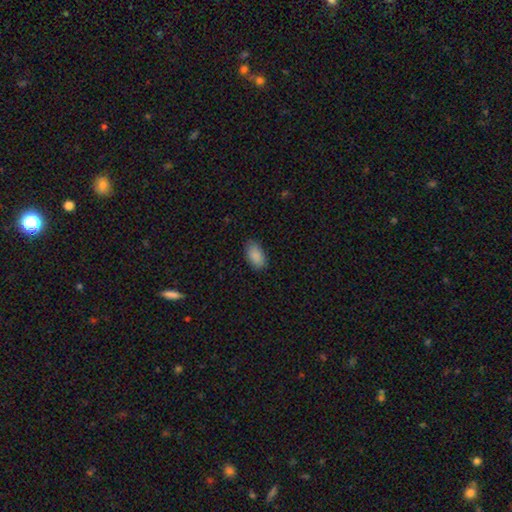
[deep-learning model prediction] The model was most divided on "merging": none: 86%, minor disturbance: 10%, major disturbance: 2%, merger: 1%. More confident: how rounded — in between (94%); smooth or featured — smooth (90%).